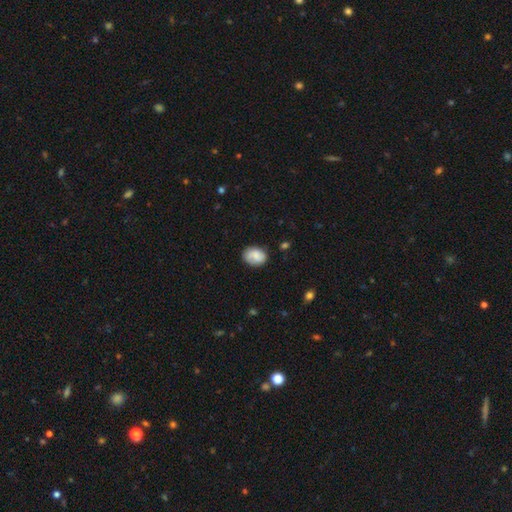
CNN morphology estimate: The model was most divided on "how rounded": in between: 61%, round: 38%, cigar-shaped: 1%. More confident: smooth or featured — smooth (78%); merging — none (72%).